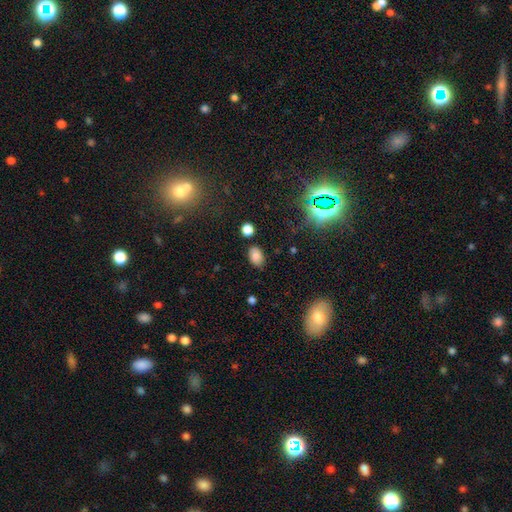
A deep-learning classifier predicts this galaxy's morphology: smooth 81%, star or artifact 13%, featured or disk 7%. Down the decision tree: how rounded — in between (87%); merging — none (79%).